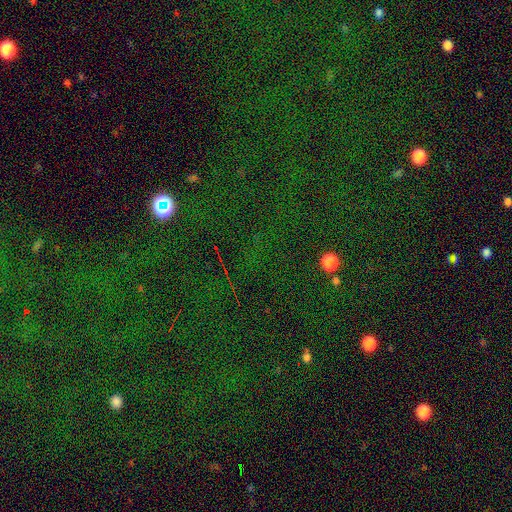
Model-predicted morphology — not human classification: A star or artifact, not a galaxy (81%).

Vote fractions:
- Smooth or featured? star or artifact: 81% / smooth: 11% / featured or disk: 7%